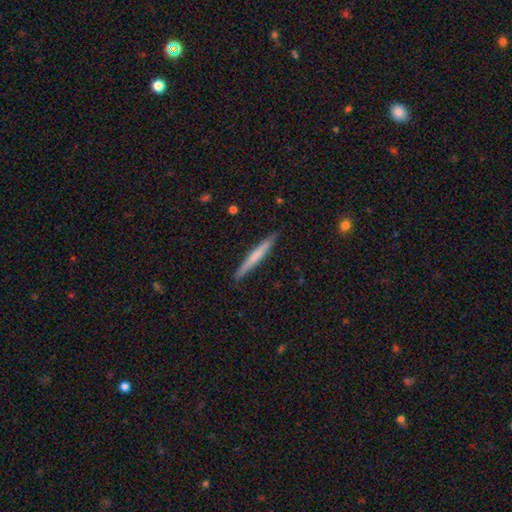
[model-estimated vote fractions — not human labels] Smooth or featured?
  - smooth: 58% *
  - featured or disk: 37%
  - star or artifact: 5%
How rounded?
  - cigar-shaped: 96% *
  - in between: 2%
  - round: 1%
Merging?
  - none: 90% *
  - minor disturbance: 7%
  - major disturbance: 1%
  - merger: 1%